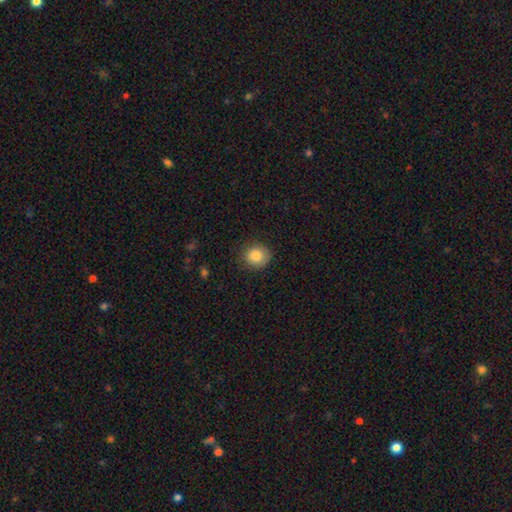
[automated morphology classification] smooth-or-featured: smooth: 86% | star or artifact: 9% | featured or disk: 5%
  how-rounded: round: 88% | in between: 11% | cigar-shaped: 1%
  merging: none: 84% | minor disturbance: 12% | major disturbance: 3% | merger: 1%